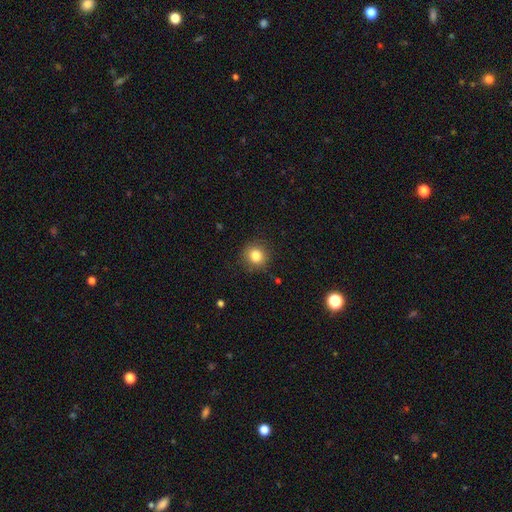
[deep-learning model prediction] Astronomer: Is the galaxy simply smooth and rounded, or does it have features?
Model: smooth — 83%.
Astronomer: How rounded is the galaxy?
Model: round — 89%.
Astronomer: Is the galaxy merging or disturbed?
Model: none — 87%.